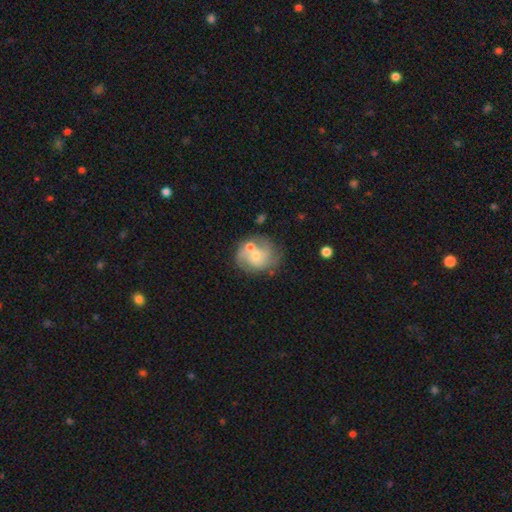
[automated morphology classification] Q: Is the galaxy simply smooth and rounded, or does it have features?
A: featured or disk — 57%.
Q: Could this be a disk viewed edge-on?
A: no — 98%.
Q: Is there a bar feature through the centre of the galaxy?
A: no — 75%.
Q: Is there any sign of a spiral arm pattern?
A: yes — 69%.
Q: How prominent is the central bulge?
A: moderate — 47%.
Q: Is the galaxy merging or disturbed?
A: none — 47%.